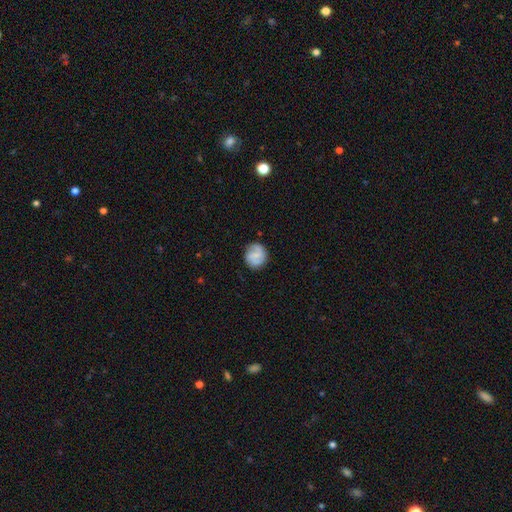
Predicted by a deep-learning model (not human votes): The model was most divided on "smooth or featured": smooth: 50%, featured or disk: 42%, star or artifact: 8%. More confident: how rounded — round (84%); merging — none (78%).